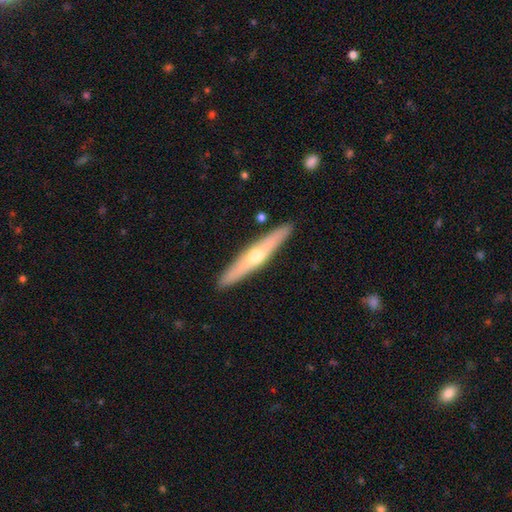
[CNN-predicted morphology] Smooth or featured?
  - featured or disk: 60% *
  - smooth: 35%
  - star or artifact: 6%
Edge-on disk?
  - yes: 94% *
  - no: 6%
Edge-on bulge?
  - rounded: 87% *
  - none: 11%
  - boxy: 2%
Merging?
  - none: 91% *
  - minor disturbance: 6%
  - major disturbance: 1%
  - merger: 1%